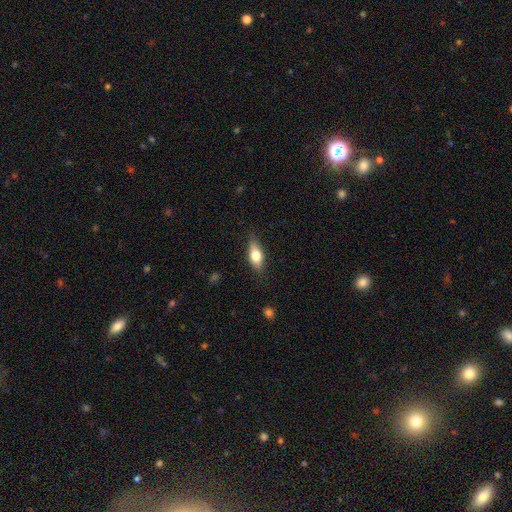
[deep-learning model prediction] Smooth or featured? smooth (65%)
How rounded? in between (75%)
Merging? none (78%)